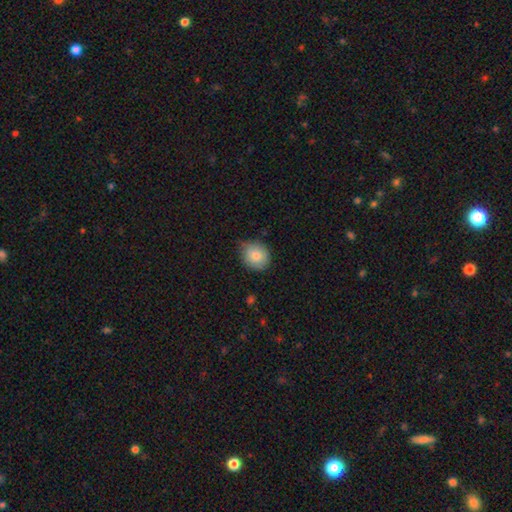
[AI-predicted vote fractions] This appears to be a smooth galaxy with no disk features (84%) that is round (78%). Merging: none (69%).